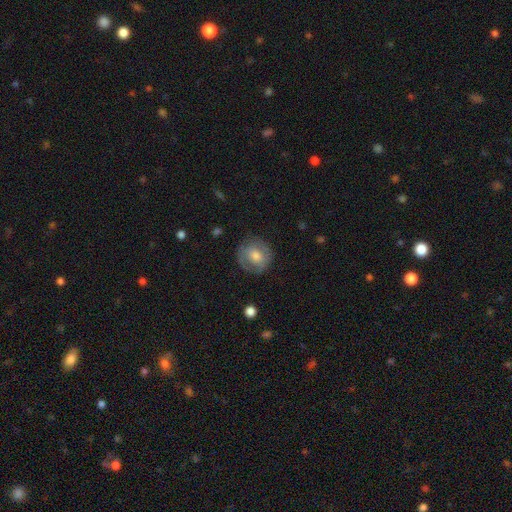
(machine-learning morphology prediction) Overall: smooth (57%; featured or disk 35%). How rounded: round (87%). Merging: none (79%).